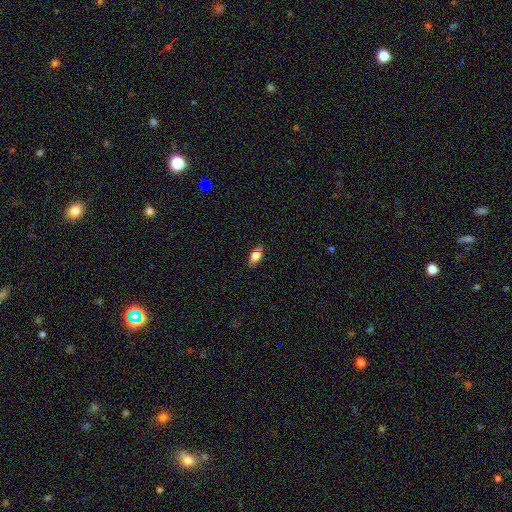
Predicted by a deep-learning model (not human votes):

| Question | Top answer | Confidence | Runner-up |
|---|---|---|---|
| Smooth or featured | smooth | 77% | featured or disk (13%) |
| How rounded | in between | 86% | cigar-shaped (8%) |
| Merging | none | 82% | minor disturbance (14%) |